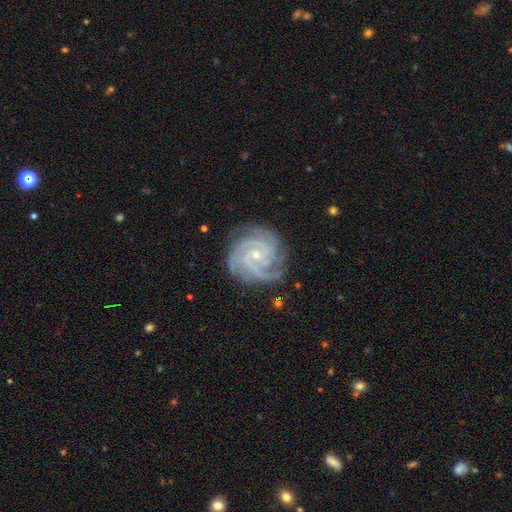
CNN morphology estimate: This appears to be a featured or disk galaxy (91%) with no bar (60%), 3 (42%) tight (72%) spiral arms (99%) and a small central bulge (74%). Merging: none (79%).